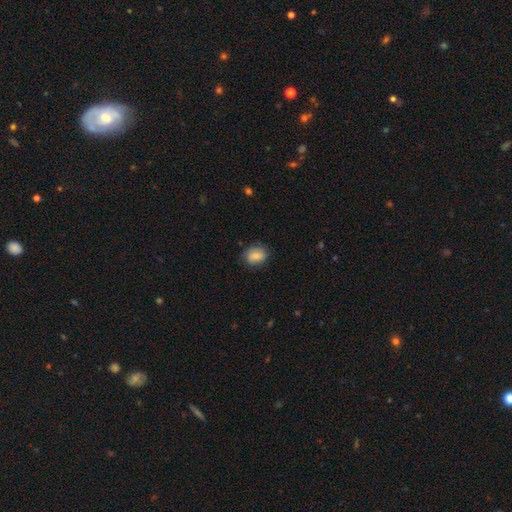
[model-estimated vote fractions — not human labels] Smooth or featured?
  - smooth: 79% *
  - featured or disk: 14%
  - star or artifact: 8%
How rounded?
  - in between: 55% *
  - round: 44%
  - cigar-shaped: 1%
Merging?
  - none: 80% *
  - minor disturbance: 16%
  - major disturbance: 4%
  - merger: 1%